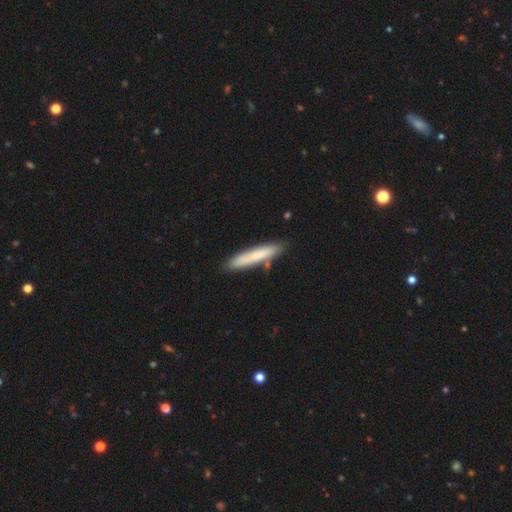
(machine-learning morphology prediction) smooth-or-featured: smooth: 69% | featured or disk: 25% | star or artifact: 6%
  how-rounded: cigar-shaped: 89% | in between: 10% | round: 1%
  merging: none: 81% | minor disturbance: 12% | merger: 4% | major disturbance: 2%